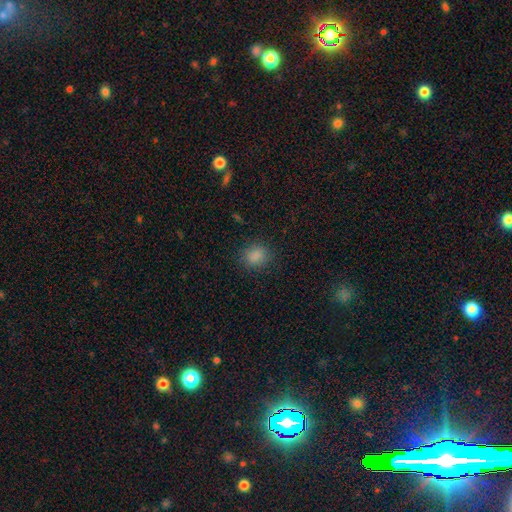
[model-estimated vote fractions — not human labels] The model was most divided on "how rounded": round: 61%, in between: 38%, cigar-shaped: 1%. More confident: smooth or featured — smooth (85%); merging — none (84%).